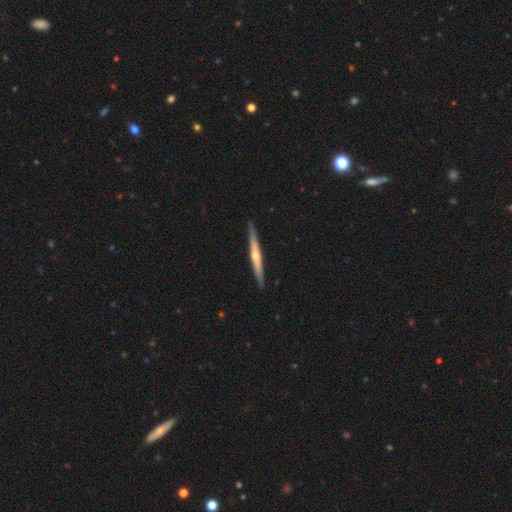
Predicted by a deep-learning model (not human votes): This is likely a featured or disk galaxy (68%). It is clearly viewed edge-on (98%). Edge-on bulge: likely rounded (80%). Merging: clearly none (91%).